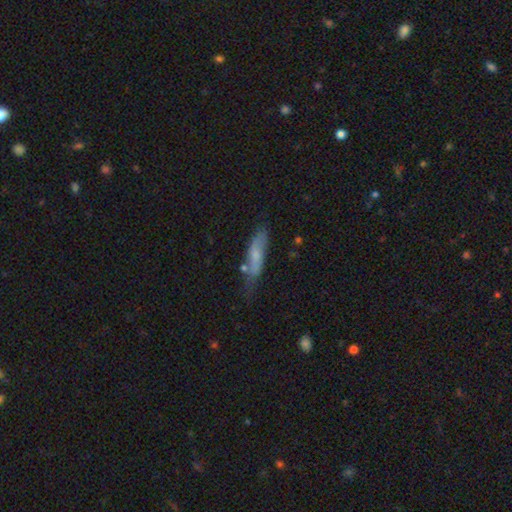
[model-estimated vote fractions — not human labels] smooth-or-featured: smooth: 59% | featured or disk: 33% | star or artifact: 7%
  how-rounded: cigar-shaped: 68% | in between: 30% | round: 2%
  merging: none: 52% | minor disturbance: 30% | major disturbance: 11% | merger: 7%